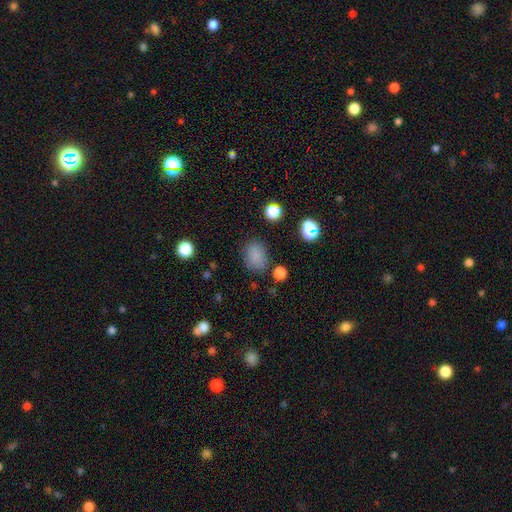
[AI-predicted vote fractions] Smooth or featured? smooth (81%)
How rounded? in between (66%)
Merging? none (74%)